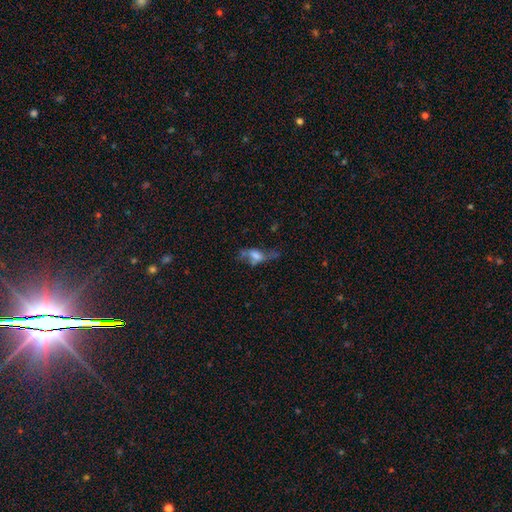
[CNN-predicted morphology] Overall: smooth (45%; featured or disk 42%). Merging: none (34%; major disturbance 33%).